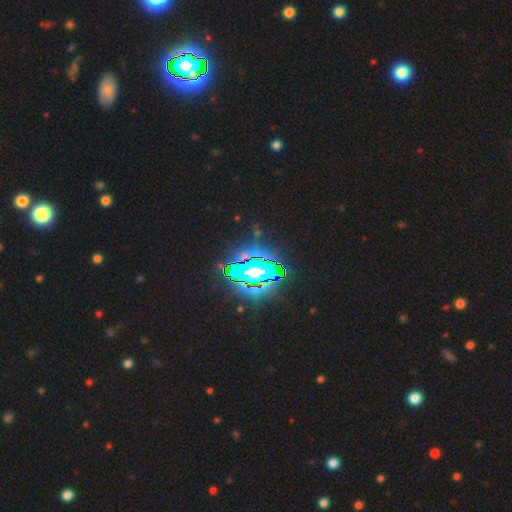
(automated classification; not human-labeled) Q: Smooth or featured?
A: star or artifact (83%); runner-up: smooth (9%)